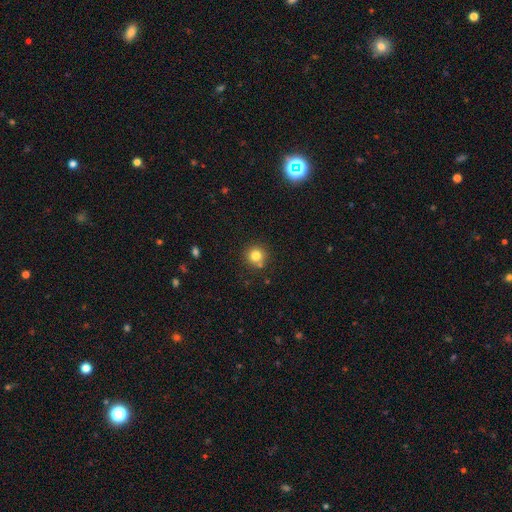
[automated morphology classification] A smooth galaxy with no disk features (80%) that is round (93%). Merging: none (78%).